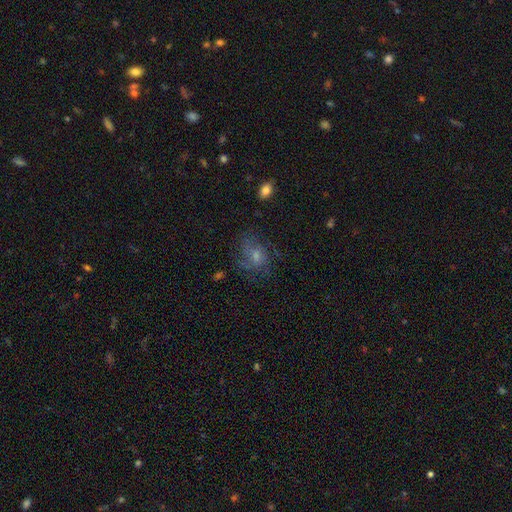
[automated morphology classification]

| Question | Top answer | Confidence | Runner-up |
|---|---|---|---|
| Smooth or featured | featured or disk | 51% | smooth (29%) |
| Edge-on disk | no | 96% | yes (4%) |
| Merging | none | 63% | minor disturbance (20%) |